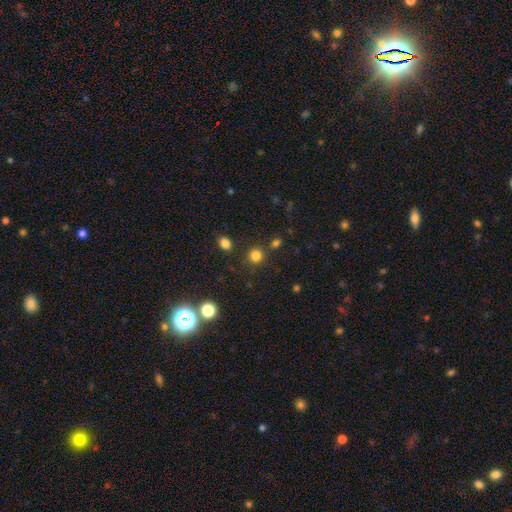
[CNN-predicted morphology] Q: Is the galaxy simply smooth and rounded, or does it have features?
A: smooth — 81%.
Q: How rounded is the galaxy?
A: round — 90%.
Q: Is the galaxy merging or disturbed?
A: none — 83%.